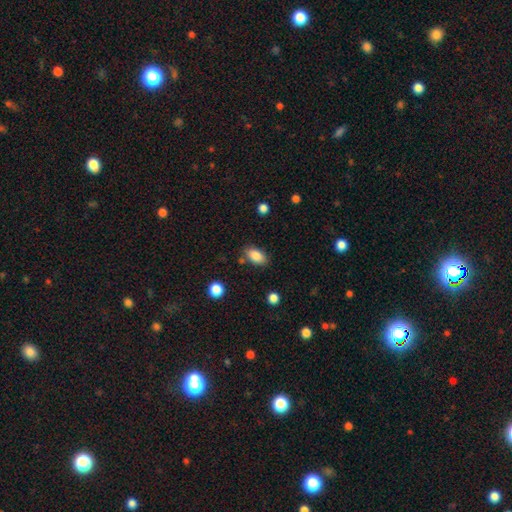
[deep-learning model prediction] Smooth or featured: smooth — 85% (star or artifact — 8%)
How rounded: in between — 90% (round — 7%)
Merging: none — 80% (minor disturbance — 13%)